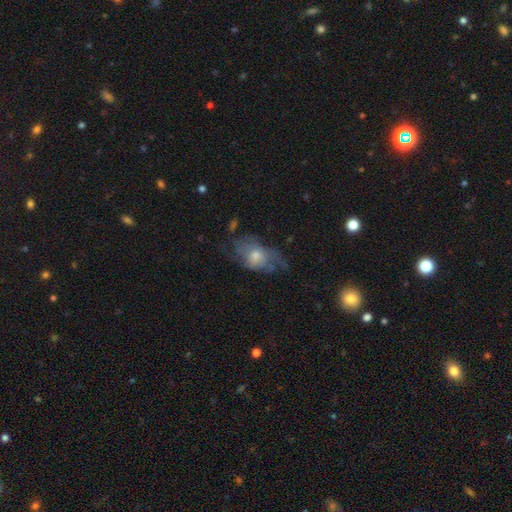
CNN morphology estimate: smooth_or_featured: featured or disk (p=0.55) [alt: smooth p=0.36]
disk_edge_on: no (p=0.94) [alt: yes p=0.06]
bar: no (p=0.81) [alt: weak p=0.17]
has_spiral_arms: yes (p=0.66) [alt: no p=0.34]
bulge_size: moderate (p=0.51) [alt: small p=0.39]
merging: none (p=0.41) [alt: major disturbance p=0.30]